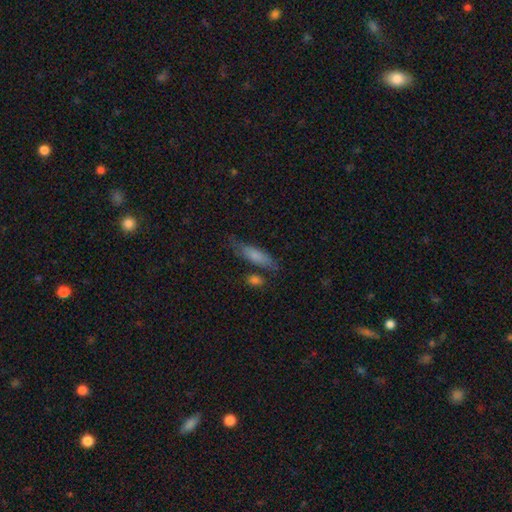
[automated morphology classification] Smooth or featured? smooth (70%)
How rounded? cigar-shaped (59%)
Merging? none (63%)